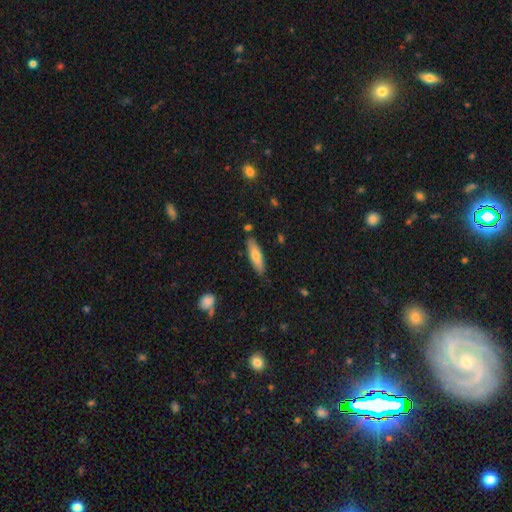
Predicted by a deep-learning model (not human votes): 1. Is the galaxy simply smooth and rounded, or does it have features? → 71% smooth, 24% featured or disk, 6% star or artifact.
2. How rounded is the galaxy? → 61% cigar-shaped, 37% in between, 2% round.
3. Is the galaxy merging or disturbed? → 82% none, 13% minor disturbance, 3% merger, 2% major disturbance.